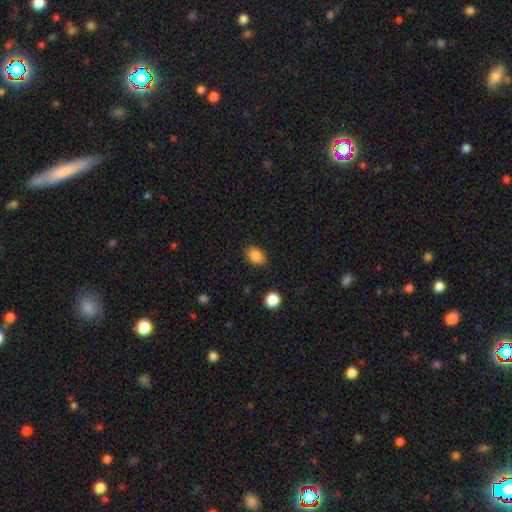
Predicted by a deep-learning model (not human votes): Morphology: type=smooth (87%); roundness=in between (80%); merging=none (86%).